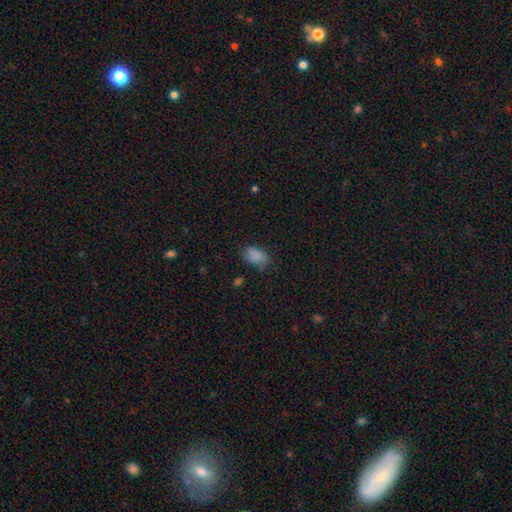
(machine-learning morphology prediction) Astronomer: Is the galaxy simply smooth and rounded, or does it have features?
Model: smooth — 84%.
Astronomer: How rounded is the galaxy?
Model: in between — 89%.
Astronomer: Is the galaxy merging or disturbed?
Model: none — 63%.